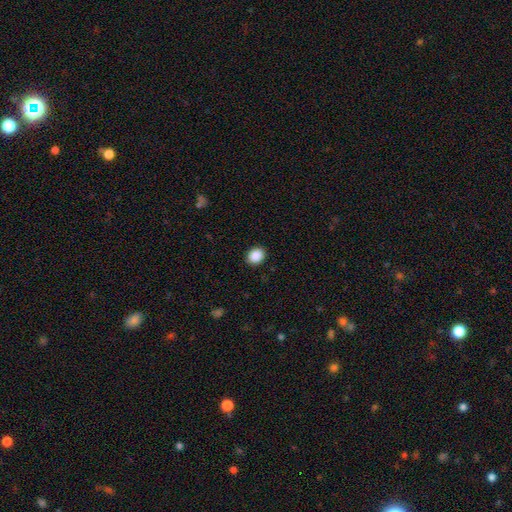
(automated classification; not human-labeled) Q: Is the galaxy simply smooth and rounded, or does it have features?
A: smooth — 89%.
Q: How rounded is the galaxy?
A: round — 54%.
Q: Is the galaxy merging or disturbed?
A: none — 91%.